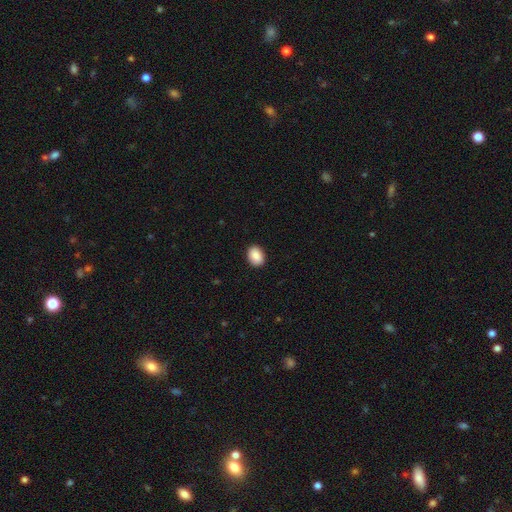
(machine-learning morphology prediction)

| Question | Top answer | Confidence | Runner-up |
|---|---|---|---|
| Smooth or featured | smooth | 89% | star or artifact (7%) |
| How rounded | in between | 71% | round (28%) |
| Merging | none | 90% | minor disturbance (7%) |